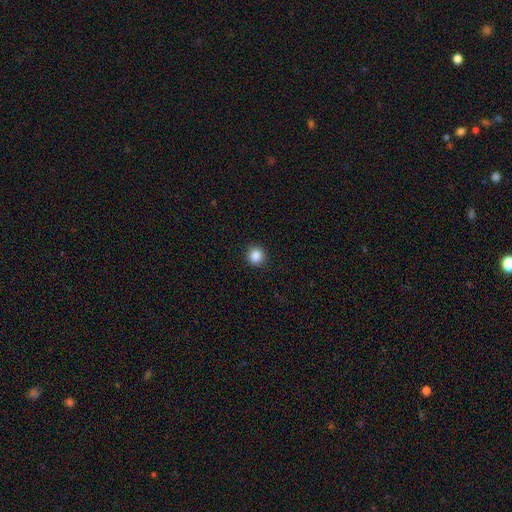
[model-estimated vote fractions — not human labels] Smooth or featured? Predicted: smooth (p=0.87). How rounded? Predicted: round (p=0.91). Merging? Predicted: none (p=0.91).